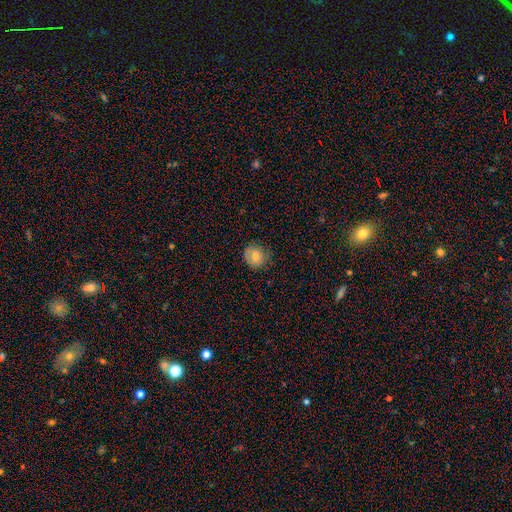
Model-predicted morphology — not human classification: This appears to be a smooth galaxy with no disk features (67%) that is round (82%). Merging: none (73%).